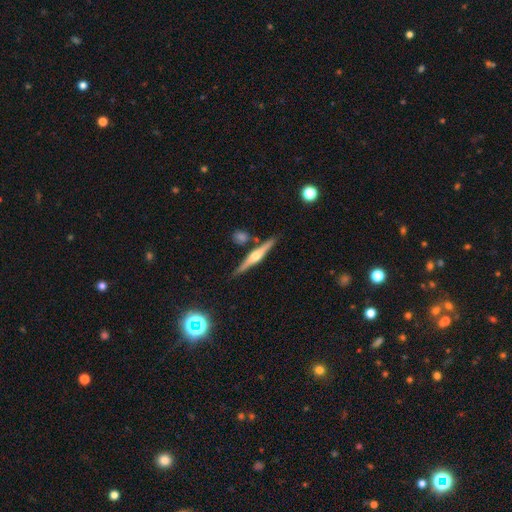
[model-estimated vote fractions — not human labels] Q: Smooth or featured?
A: featured or disk (72%); runner-up: smooth (22%)
Q: Edge-on disk?
A: yes (97%); runner-up: no (3%)
Q: Edge-on bulge?
A: rounded (91%); runner-up: boxy (5%)
Q: Merging?
A: none (83%); runner-up: minor disturbance (9%)